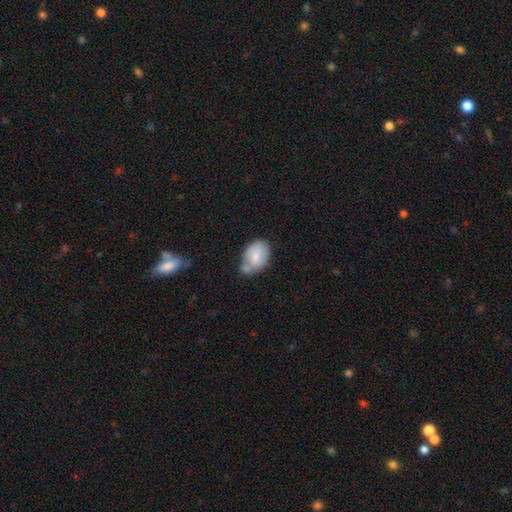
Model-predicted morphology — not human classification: smooth-or-featured: smooth: 72% | featured or disk: 22% | star or artifact: 6%
  how-rounded: in between: 85% | round: 13% | cigar-shaped: 1%
  merging: none: 40% | minor disturbance: 28% | merger: 25% | major disturbance: 8%